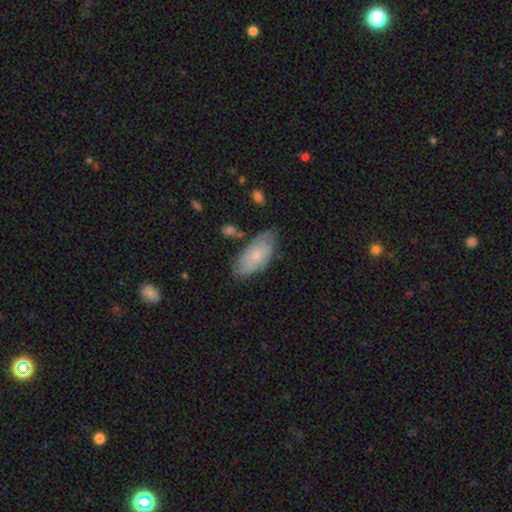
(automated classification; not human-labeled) A smooth galaxy with no disk features (63%) that is in between round and cigar-shaped (91%).

Vote fractions:
- Smooth or featured? smooth: 63% / featured or disk: 31% / star or artifact: 6%
- How rounded? in between: 91% / cigar-shaped: 6% / round: 3%
- Merging? none: 68% / minor disturbance: 24% / major disturbance: 5% / merger: 3%